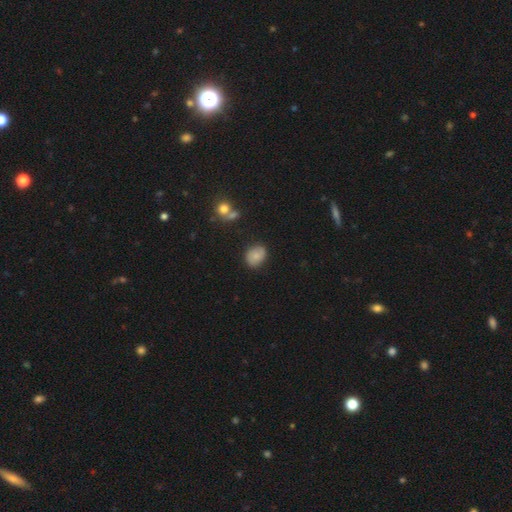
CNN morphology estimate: smooth 77%, featured or disk 14%, star or artifact 9%. Down the decision tree: how rounded — in between (58%); merging — none (77%).